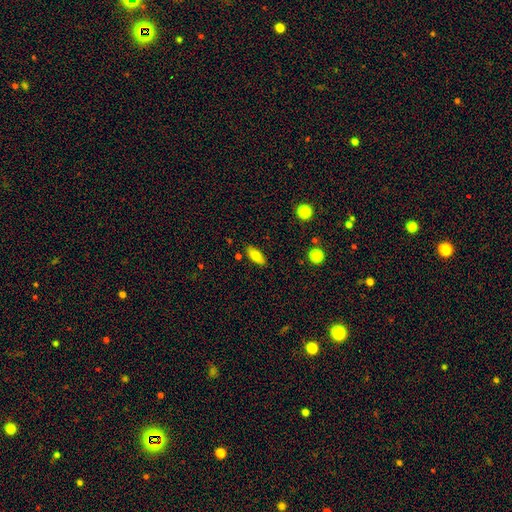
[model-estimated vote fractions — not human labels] smooth_or_featured: smooth (p=0.75) [alt: featured or disk p=0.17]
how_rounded: in between (p=0.81) [alt: cigar-shaped p=0.15]
merging: none (p=0.84) [alt: minor disturbance p=0.11]